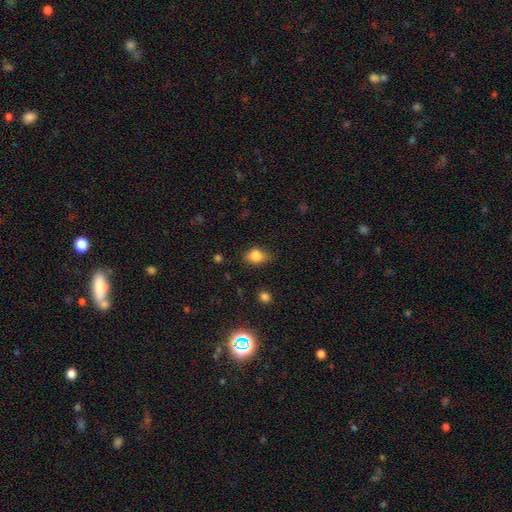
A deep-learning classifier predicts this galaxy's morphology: Smooth or featured: smooth — 81% (star or artifact — 10%)
How rounded: in between — 67% (round — 31%)
Merging: none — 59% (minor disturbance — 30%)